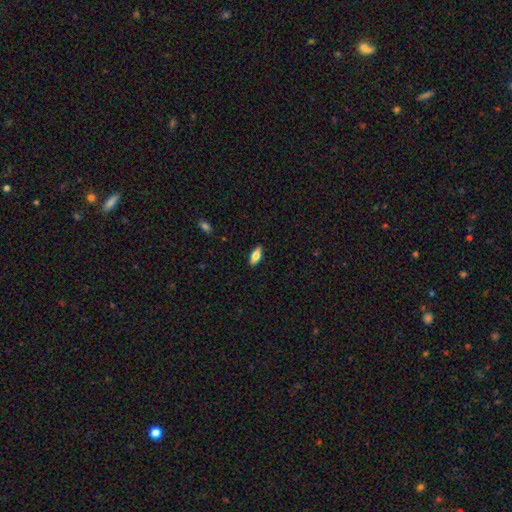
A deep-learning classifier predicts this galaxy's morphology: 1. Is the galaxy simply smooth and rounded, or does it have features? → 75% smooth, 18% featured or disk, 7% star or artifact.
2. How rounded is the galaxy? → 80% in between, 18% cigar-shaped, 2% round.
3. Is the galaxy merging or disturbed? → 89% none, 9% minor disturbance, 2% major disturbance, 1% merger.